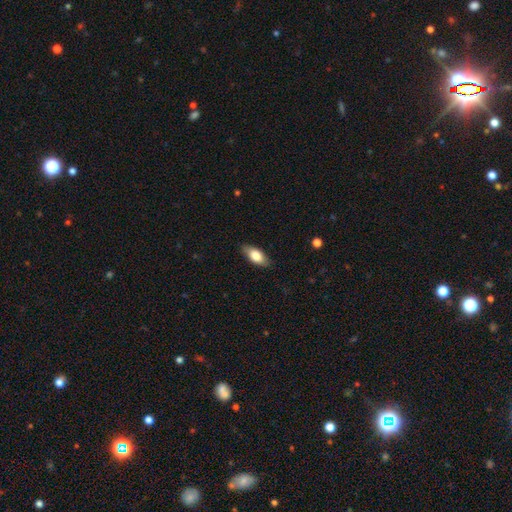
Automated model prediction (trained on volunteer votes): This appears to be a smooth galaxy with no disk features (79%) that is in between round and cigar-shaped (87%). Merging: none (85%).